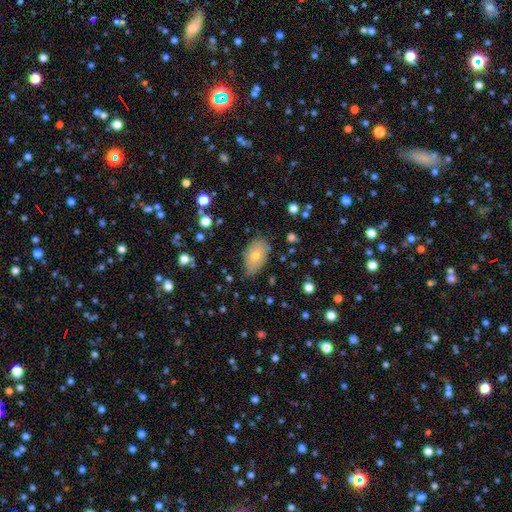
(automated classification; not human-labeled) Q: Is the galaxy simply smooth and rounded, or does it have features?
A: smooth — 72%.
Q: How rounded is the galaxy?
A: in between — 91%.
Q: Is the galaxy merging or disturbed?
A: none — 73%.